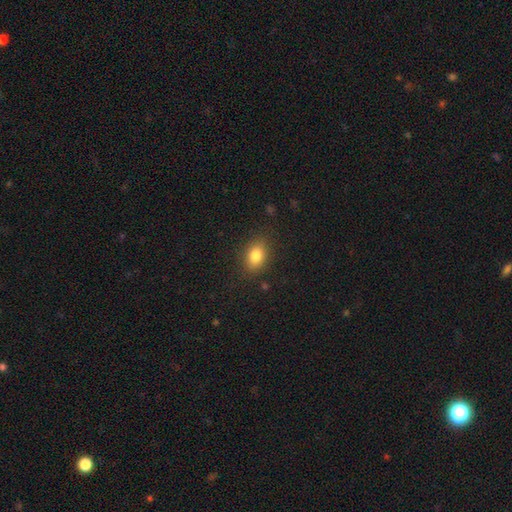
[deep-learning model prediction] smooth 83%, star or artifact 9%, featured or disk 8%. Down the decision tree: how rounded — in between (79%); merging — none (85%).